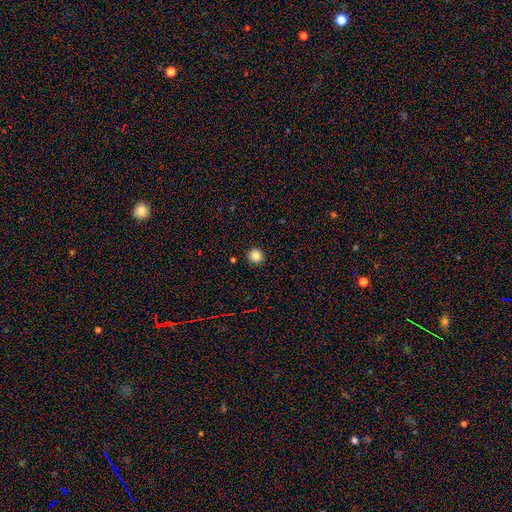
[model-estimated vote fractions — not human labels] Q: Smooth or featured?
A: smooth (86%); runner-up: star or artifact (11%)
Q: How rounded?
A: round (94%); runner-up: in between (5%)
Q: Merging?
A: none (92%); runner-up: minor disturbance (5%)